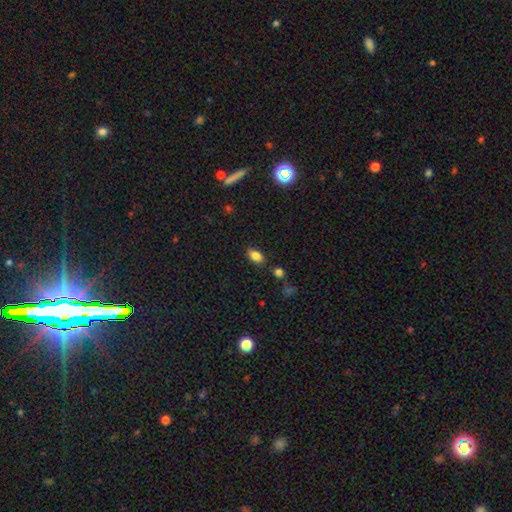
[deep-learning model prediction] smooth-or-featured: smooth: 82% | star or artifact: 11% | featured or disk: 7%
  how-rounded: in between: 88% | round: 9% | cigar-shaped: 3%
  merging: none: 81% | minor disturbance: 12% | merger: 4% | major disturbance: 3%